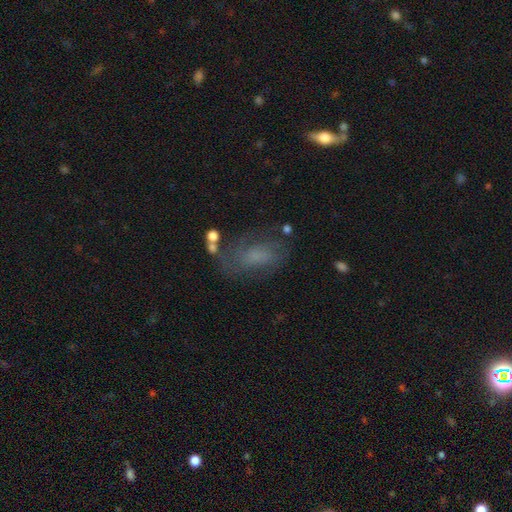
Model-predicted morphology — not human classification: Q: Smooth or featured?
A: featured or disk (44%); runner-up: smooth (40%)
Q: Merging?
A: none (59%); runner-up: minor disturbance (22%)